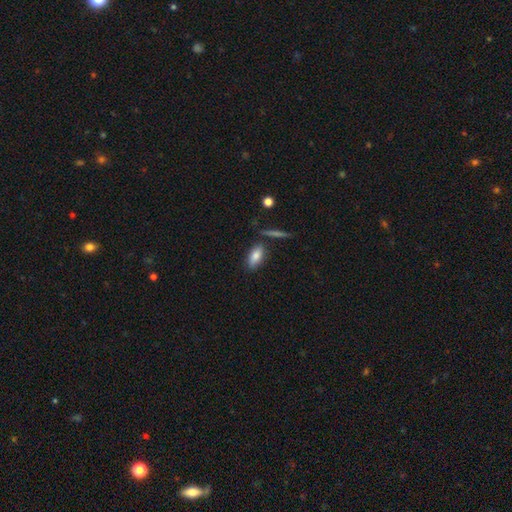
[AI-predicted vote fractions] Overall: smooth (81%). How rounded: in between (83%). Merging: none (77%).